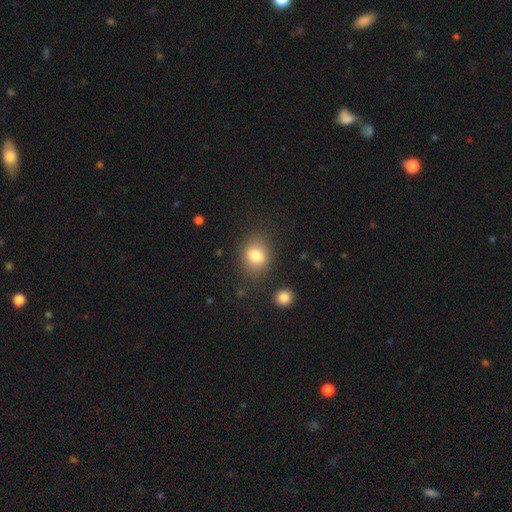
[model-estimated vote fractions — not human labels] smooth 79%, star or artifact 11%, featured or disk 10%. Down the decision tree: how rounded — in between (49%, tied with round); merging — none (79%).